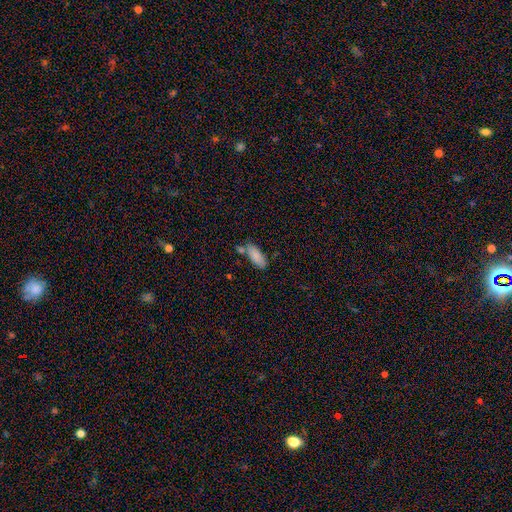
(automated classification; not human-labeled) Smooth or featured?
  - smooth: 85% *
  - featured or disk: 8%
  - star or artifact: 7%
How rounded?
  - in between: 81% *
  - cigar-shaped: 17%
  - round: 2%
Merging?
  - none: 60% *
  - minor disturbance: 18%
  - merger: 17%
  - major disturbance: 5%